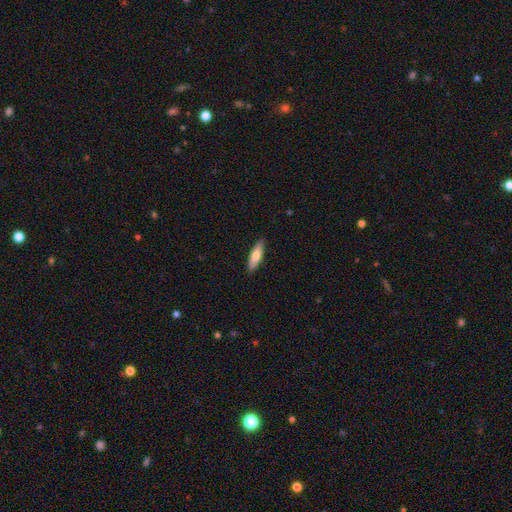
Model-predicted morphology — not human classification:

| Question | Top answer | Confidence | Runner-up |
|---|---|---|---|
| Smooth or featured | smooth | 73% | featured or disk (22%) |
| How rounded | cigar-shaped | 61% | in between (37%) |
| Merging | none | 89% | minor disturbance (8%) |